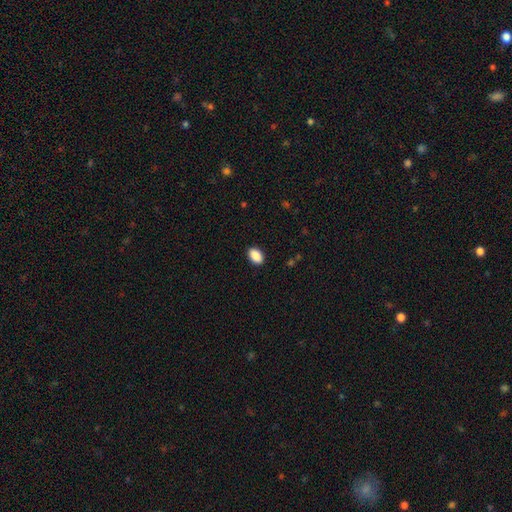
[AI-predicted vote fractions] smooth 90%, star or artifact 7%, featured or disk 3%. Down the decision tree: how rounded — in between (88%); merging — none (90%).